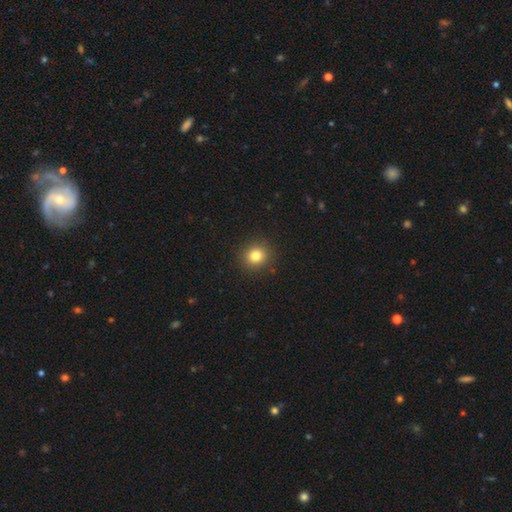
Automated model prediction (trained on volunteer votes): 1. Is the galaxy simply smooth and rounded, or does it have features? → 81% smooth, 12% star or artifact, 6% featured or disk.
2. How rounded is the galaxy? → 89% round, 10% in between, 1% cigar-shaped.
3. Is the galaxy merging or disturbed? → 91% none, 6% minor disturbance, 2% major disturbance, 1% merger.